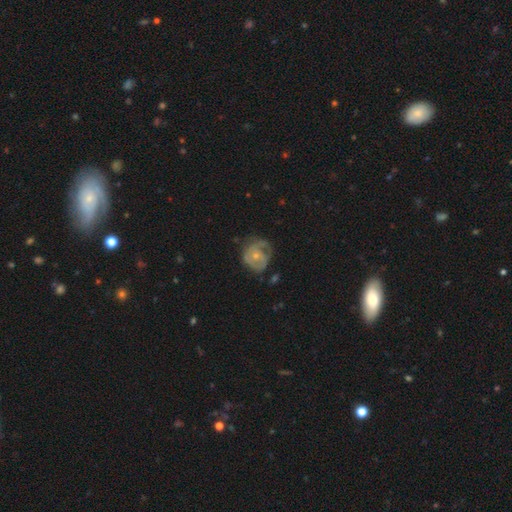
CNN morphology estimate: smooth-or-featured: featured or disk: 70% | smooth: 24% | star or artifact: 6%
  disk-edge-on: no: 98% | yes: 2%
    bar: no: 78% | weak: 19% | strong: 3%
    has-spiral-arms: yes: 80% | no: 20%
      spiral-winding: tight: 48% | medium: 37% | loose: 16%
      spiral-arm-count: 2: 38% | can't tell: 28% | 1: 17% | 3: 12% | 4: 3% | more than 4: 3%
    bulge-size: small: 67% | moderate: 29% | none: 2% | large: 1% | dominant: 1%
  merging: none: 48% | minor disturbance: 28% | major disturbance: 22% | merger: 2%